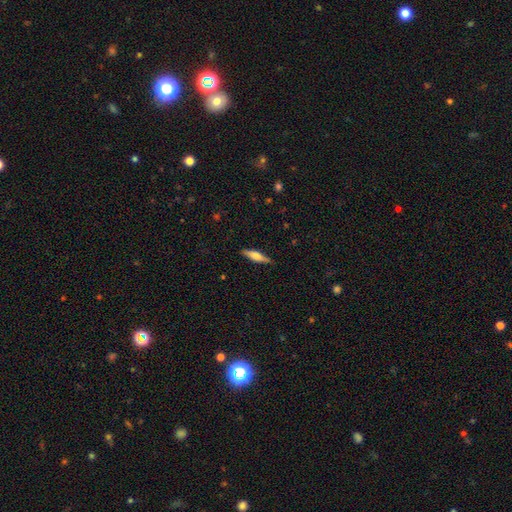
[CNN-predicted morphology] Smooth or featured? smooth (52%)
How rounded? cigar-shaped (70%)
Merging? none (86%)